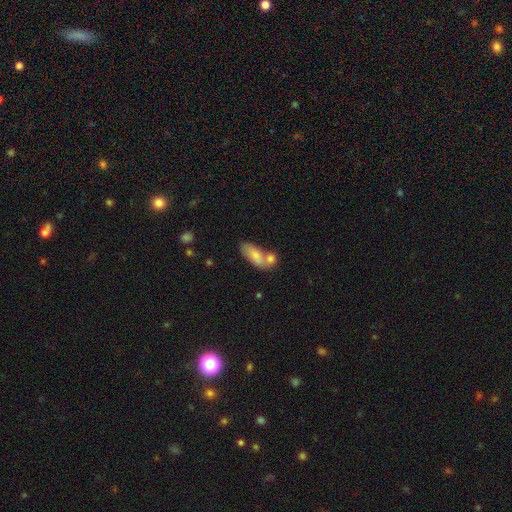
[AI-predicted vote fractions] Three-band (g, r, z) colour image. It shows a smooth galaxy with no disk features (76%) that is in between round and cigar-shaped (82%). Merging: merger (44%).